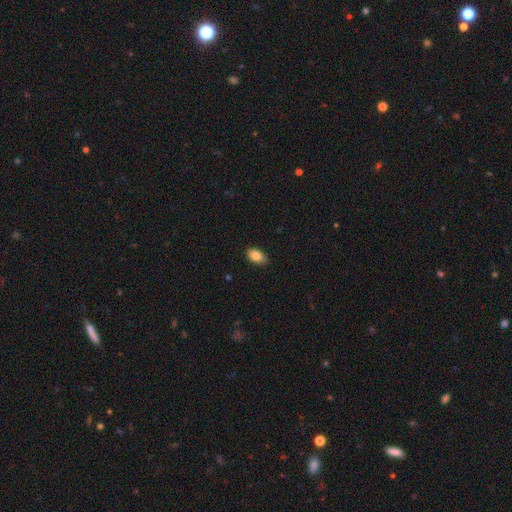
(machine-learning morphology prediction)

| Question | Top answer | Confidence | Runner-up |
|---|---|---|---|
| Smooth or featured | smooth | 86% | star or artifact (8%) |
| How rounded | in between | 89% | round (9%) |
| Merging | none | 84% | minor disturbance (13%) |